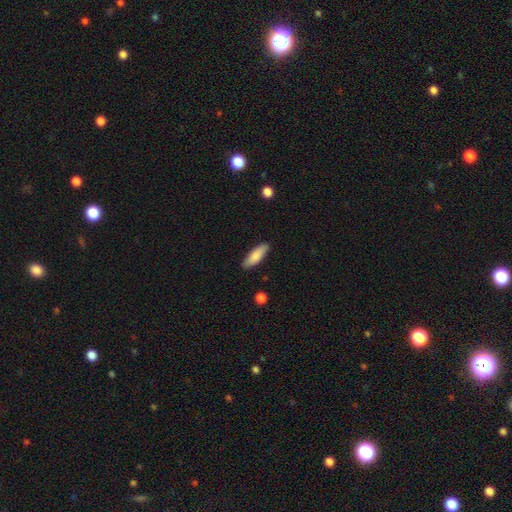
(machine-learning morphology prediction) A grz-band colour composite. It shows a smooth galaxy with no disk features (84%) that is in between round and cigar-shaped (50%). Merging: none (87%).